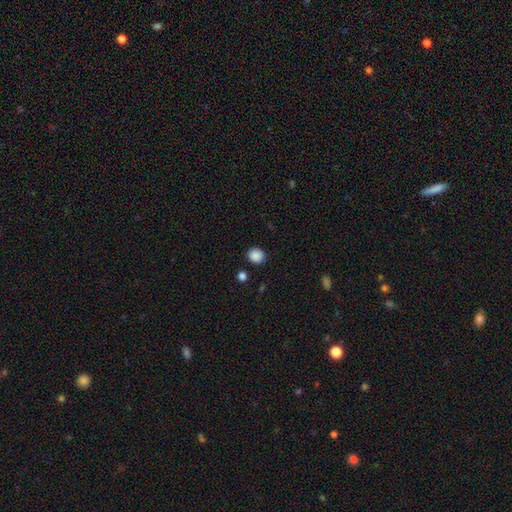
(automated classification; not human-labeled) Smooth or featured: smooth — 88% (star or artifact — 9%)
How rounded: round — 83% (in between — 16%)
Merging: none — 87% (minor disturbance — 8%)